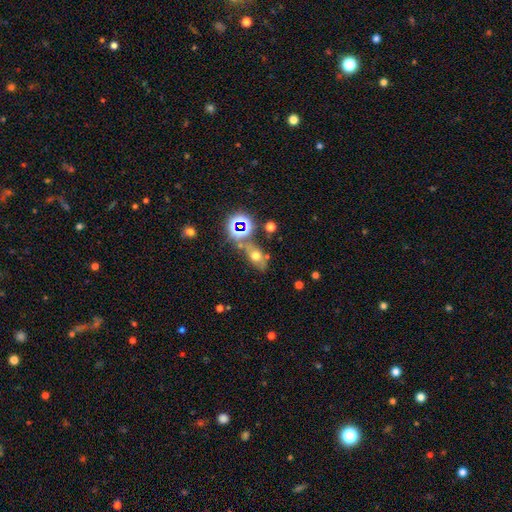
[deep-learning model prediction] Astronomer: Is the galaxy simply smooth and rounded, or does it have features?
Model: smooth — 51% (runner-up: star or artifact, 26%).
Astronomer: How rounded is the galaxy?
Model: in between — 69%.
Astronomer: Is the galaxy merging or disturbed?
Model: none — 56%.